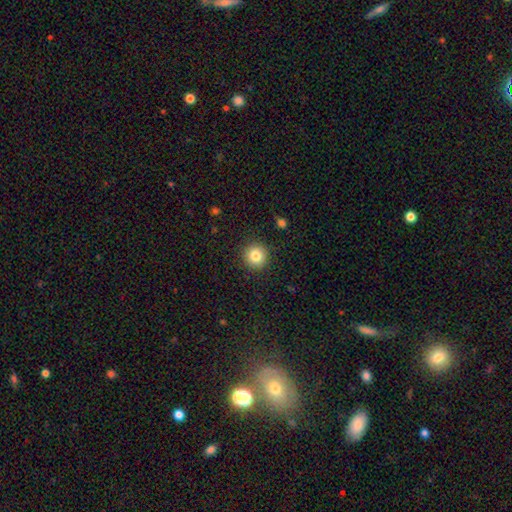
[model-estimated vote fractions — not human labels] This appears to be a smooth galaxy with no disk features (83%) that is round (94%). Merging: none (91%).